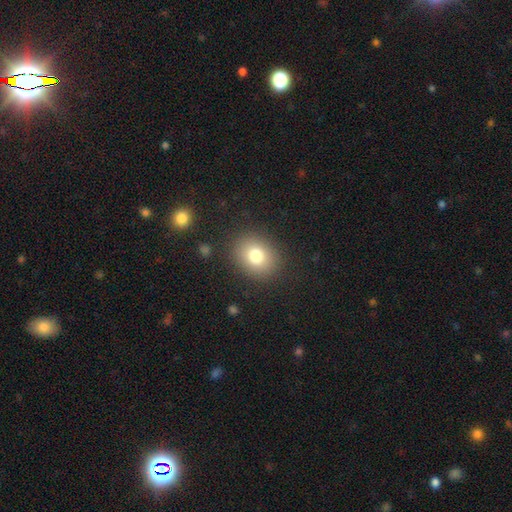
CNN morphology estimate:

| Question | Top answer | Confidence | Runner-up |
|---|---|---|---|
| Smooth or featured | smooth | 79% | star or artifact (11%) |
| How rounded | round | 58% | in between (41%) |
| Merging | none | 87% | minor disturbance (8%) |